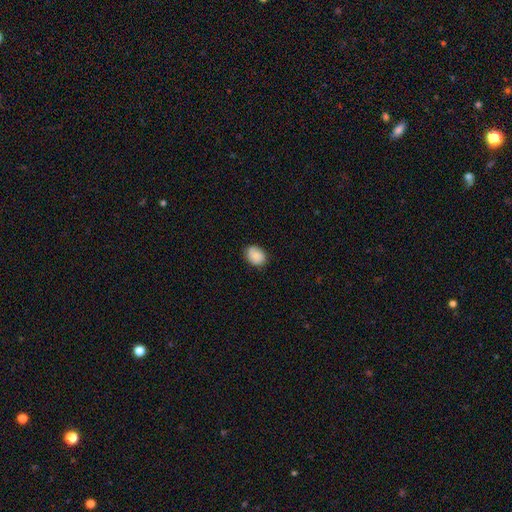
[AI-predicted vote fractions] The model was most divided on "how rounded": in between: 63%, round: 37%, cigar-shaped: 1%. More confident: smooth or featured — smooth (85%); merging — none (81%).